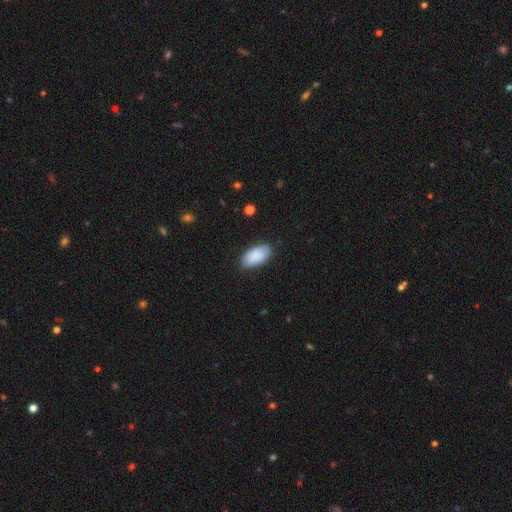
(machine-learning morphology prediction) Smooth or featured?
  - smooth: 89% *
  - star or artifact: 6%
  - featured or disk: 5%
How rounded?
  - in between: 95% *
  - cigar-shaped: 2%
  - round: 2%
Merging?
  - none: 84% *
  - minor disturbance: 12%
  - major disturbance: 2%
  - merger: 1%